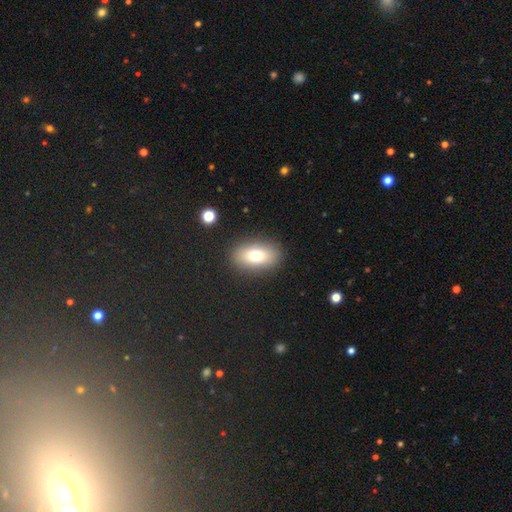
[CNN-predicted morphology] Smooth or featured?
  - smooth: 76% *
  - featured or disk: 15%
  - star or artifact: 9%
How rounded?
  - in between: 87% *
  - round: 9%
  - cigar-shaped: 3%
Merging?
  - none: 87% *
  - minor disturbance: 9%
  - major disturbance: 3%
  - merger: 1%